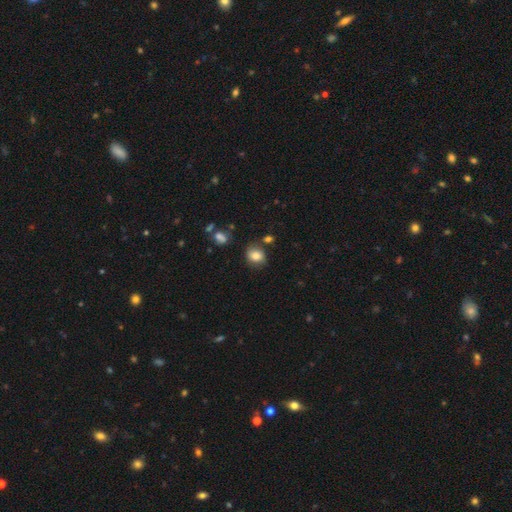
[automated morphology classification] This appears to be a smooth galaxy with no disk features (79%) that is round (57%). Merging: none (72%).